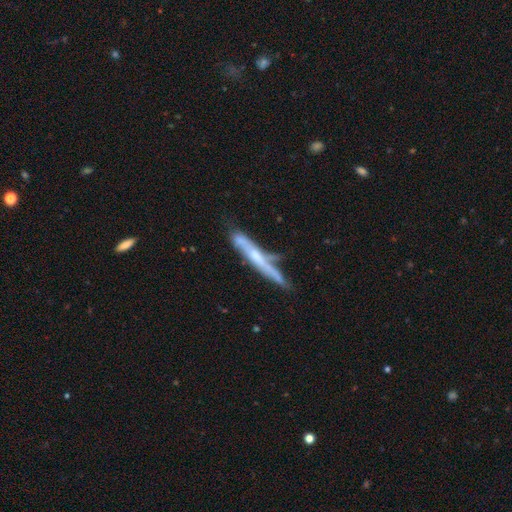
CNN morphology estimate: Smooth or featured? Predicted: featured or disk (p=0.60). Edge-on disk? Predicted: yes (p=0.84). Edge-on bulge? Predicted: none (p=0.51). Merging? Predicted: none (p=0.49).